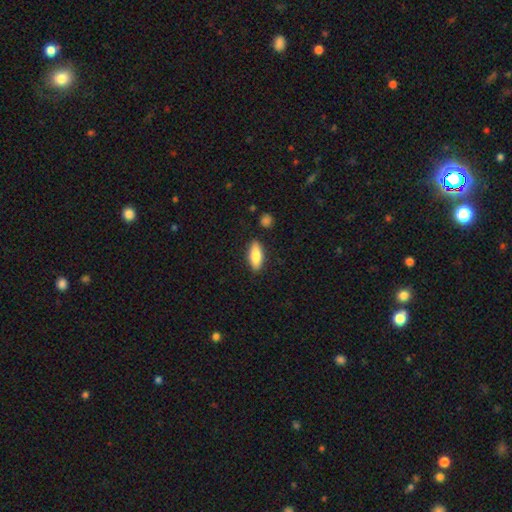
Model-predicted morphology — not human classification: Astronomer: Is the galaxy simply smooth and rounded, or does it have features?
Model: smooth — 77%.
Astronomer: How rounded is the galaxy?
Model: in between — 73%.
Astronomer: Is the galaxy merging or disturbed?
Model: none — 87%.